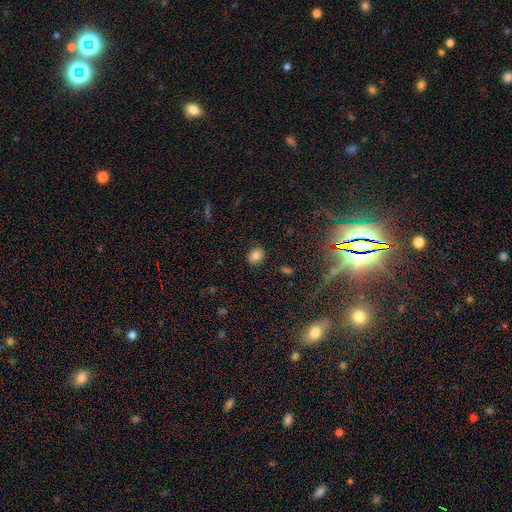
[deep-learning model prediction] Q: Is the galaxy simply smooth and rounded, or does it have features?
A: smooth — 83%.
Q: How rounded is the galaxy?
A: round — 53%.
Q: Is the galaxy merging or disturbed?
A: none — 86%.